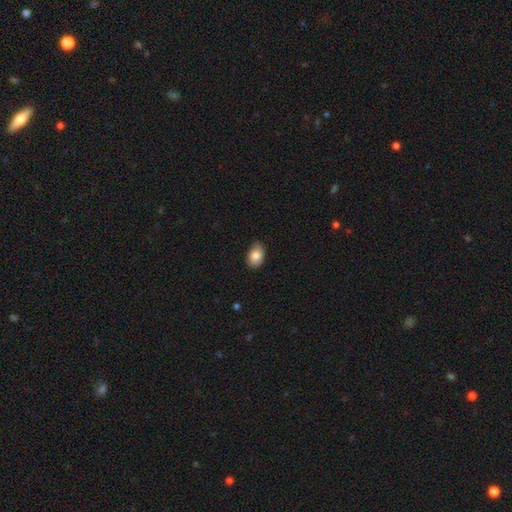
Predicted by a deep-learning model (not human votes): The model was most divided on "merging": none: 78%, minor disturbance: 18%, major disturbance: 3%, merger: 1%. More confident: how rounded — in between (85%); smooth or featured — smooth (84%).